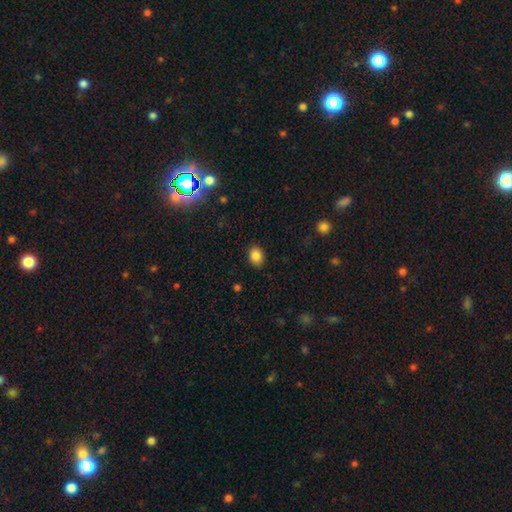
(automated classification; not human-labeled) Smooth or featured: smooth — 86% (star or artifact — 9%)
How rounded: in between — 65% (round — 34%)
Merging: none — 87% (minor disturbance — 10%)